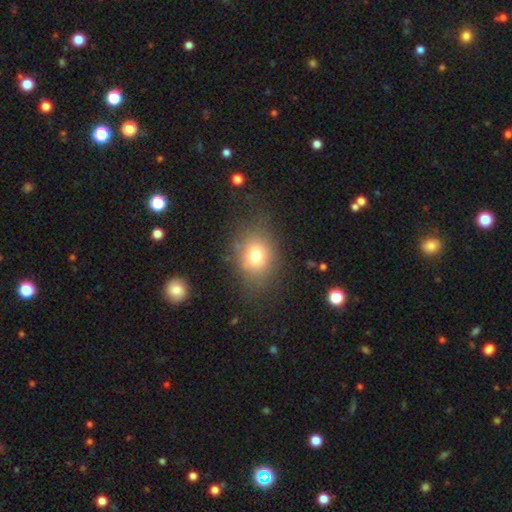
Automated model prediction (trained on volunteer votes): smooth 74%, star or artifact 13%, featured or disk 13%. Down the decision tree: how rounded — round (49%, tied with in between); merging — none (75%).